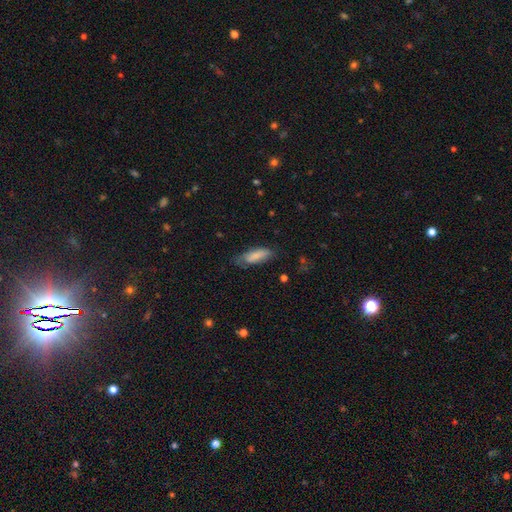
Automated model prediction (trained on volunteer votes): smooth_or_featured: smooth (p=0.78) [alt: featured or disk p=0.16]
how_rounded: in between (p=0.65) [alt: cigar-shaped p=0.34]
merging: none (p=0.55) [alt: minor disturbance p=0.31]